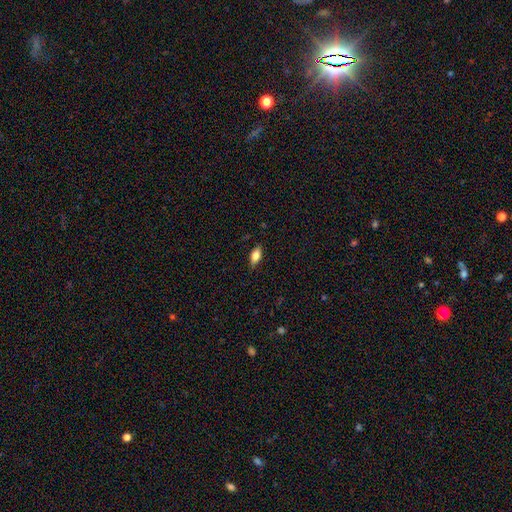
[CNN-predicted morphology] Smooth or featured: smooth — 76% (featured or disk — 17%)
How rounded: in between — 85% (cigar-shaped — 11%)
Merging: none — 84% (minor disturbance — 12%)